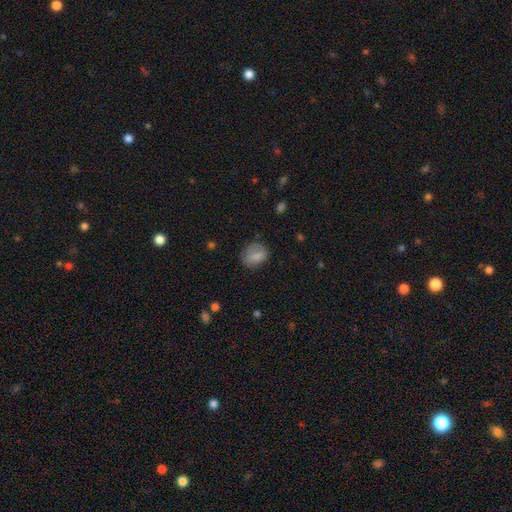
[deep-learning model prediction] Overall: smooth (80%). How rounded: in between (54%; round 44%). Merging: none (69%).